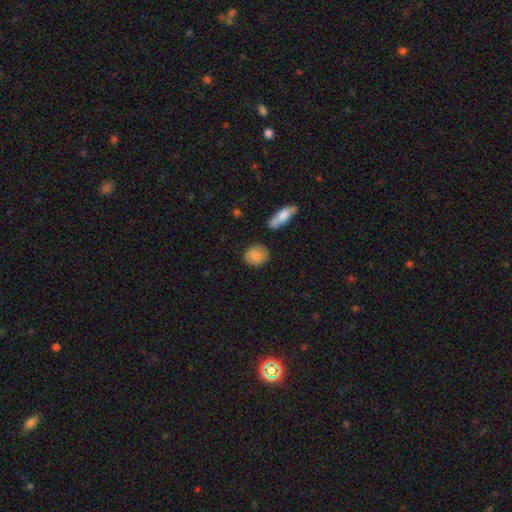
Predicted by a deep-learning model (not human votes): Smooth or featured? Predicted: smooth (p=0.80). How rounded? Predicted: round (p=0.71). Merging? Predicted: none (p=0.76).